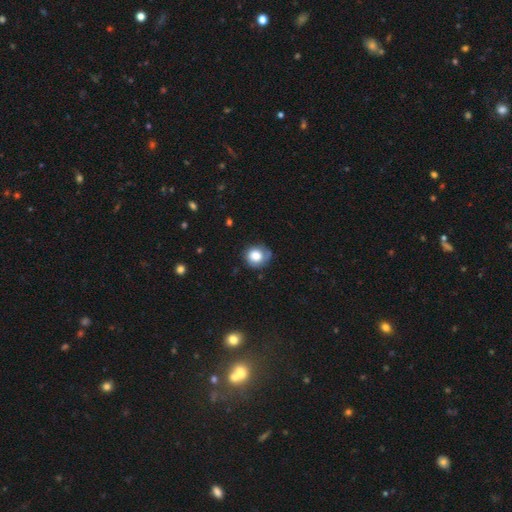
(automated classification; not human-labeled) This appears to be a smooth galaxy with no disk features (75%) that is round (80%). Merging: none (61%).